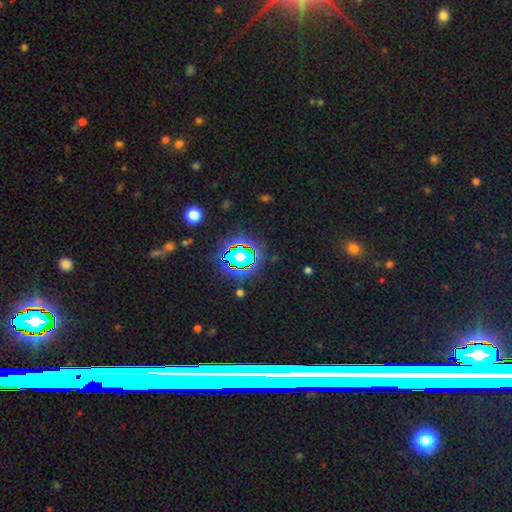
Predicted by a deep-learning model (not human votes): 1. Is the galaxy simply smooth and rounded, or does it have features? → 73% star or artifact, 15% smooth, 12% featured or disk.